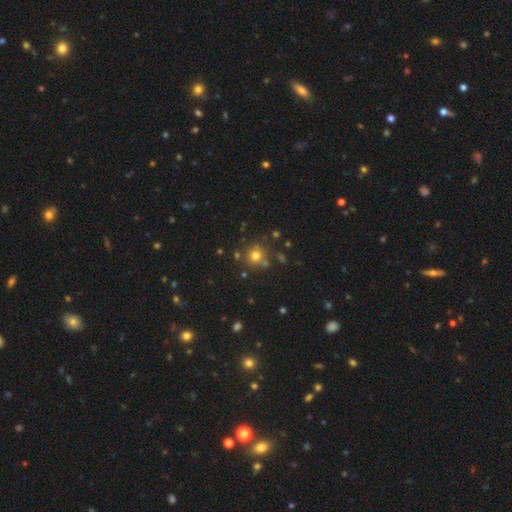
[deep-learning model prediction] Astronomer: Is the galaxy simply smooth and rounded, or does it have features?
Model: smooth — 72%.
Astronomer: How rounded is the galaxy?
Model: round — 89%.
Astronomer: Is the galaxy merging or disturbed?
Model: none — 75%.